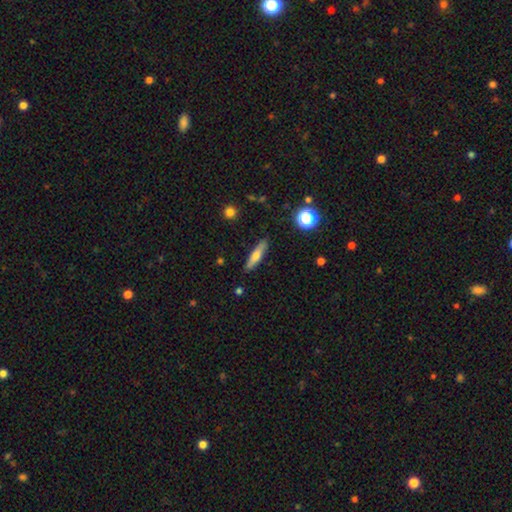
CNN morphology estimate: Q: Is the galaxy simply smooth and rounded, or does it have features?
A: smooth — 58%.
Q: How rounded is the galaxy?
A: cigar-shaped — 80%.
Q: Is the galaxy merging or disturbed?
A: none — 87%.